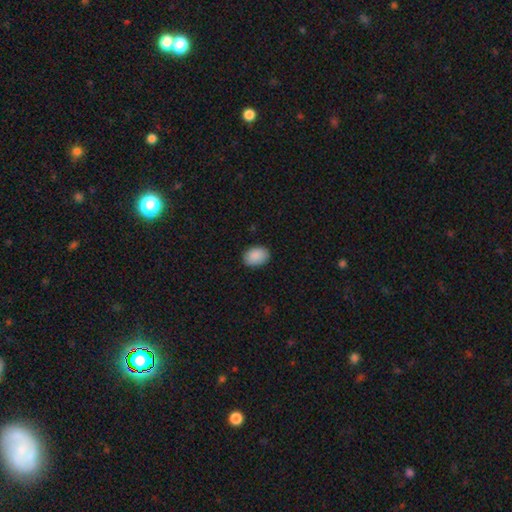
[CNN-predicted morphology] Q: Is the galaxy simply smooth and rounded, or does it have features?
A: smooth — 90%.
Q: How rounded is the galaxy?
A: in between — 82%.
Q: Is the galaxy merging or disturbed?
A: none — 87%.